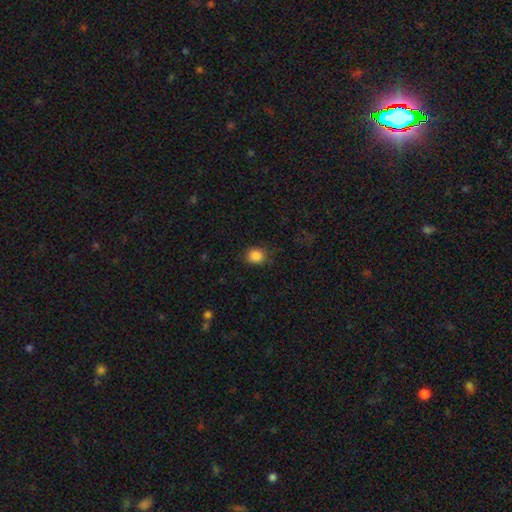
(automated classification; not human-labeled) Smooth or featured? Predicted: smooth (p=0.87). How rounded? Predicted: round (p=0.73). Merging? Predicted: none (p=0.80).